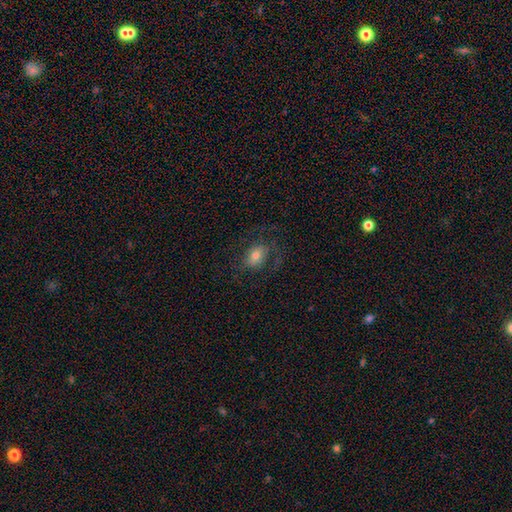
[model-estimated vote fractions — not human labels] This appears to be a smooth galaxy with no disk features (55%) that is in between round and cigar-shaped (69%). Merging: none (61%).